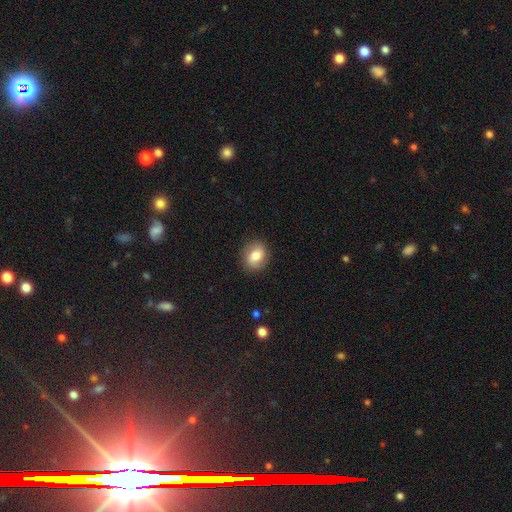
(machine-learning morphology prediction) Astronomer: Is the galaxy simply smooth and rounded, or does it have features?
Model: smooth — 74%.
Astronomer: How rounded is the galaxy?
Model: round — 56% (runner-up: in between, 43%).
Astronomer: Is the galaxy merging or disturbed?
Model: none — 87%.